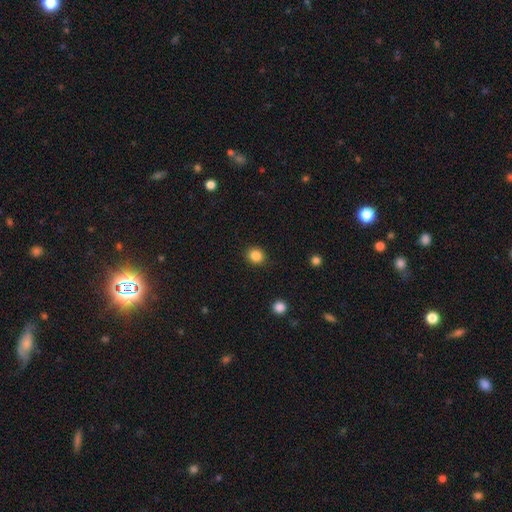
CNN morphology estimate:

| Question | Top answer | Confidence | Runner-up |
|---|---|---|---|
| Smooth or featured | smooth | 86% | star or artifact (11%) |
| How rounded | round | 79% | in between (20%) |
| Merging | none | 90% | minor disturbance (7%) |